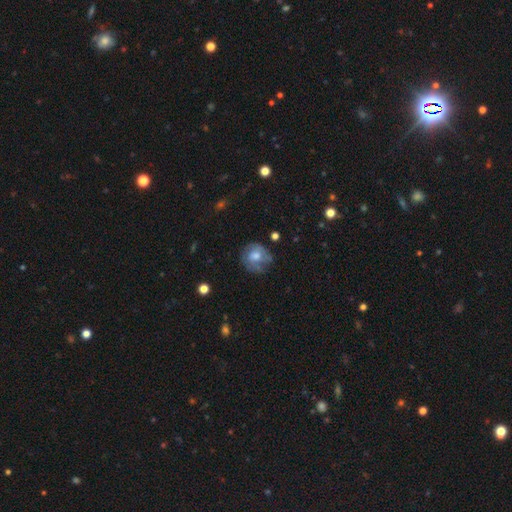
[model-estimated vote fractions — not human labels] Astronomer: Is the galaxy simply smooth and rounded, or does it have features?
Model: smooth — 47% (runner-up: featured or disk, 44%).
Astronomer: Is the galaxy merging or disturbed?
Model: none — 69%.